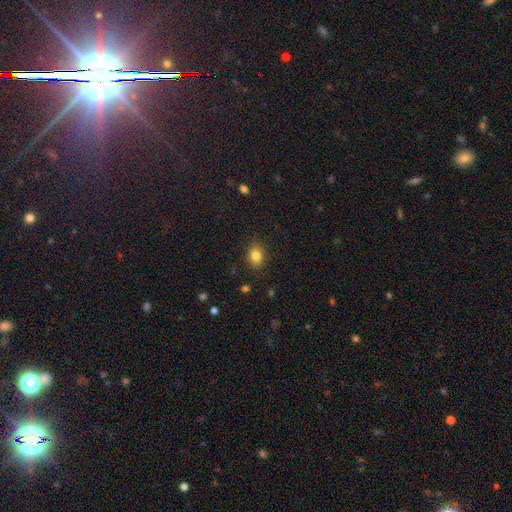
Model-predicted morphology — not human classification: Q: Smooth or featured?
A: smooth (84%); runner-up: star or artifact (10%)
Q: How rounded?
A: in between (67%); runner-up: round (31%)
Q: Merging?
A: none (87%); runner-up: minor disturbance (9%)